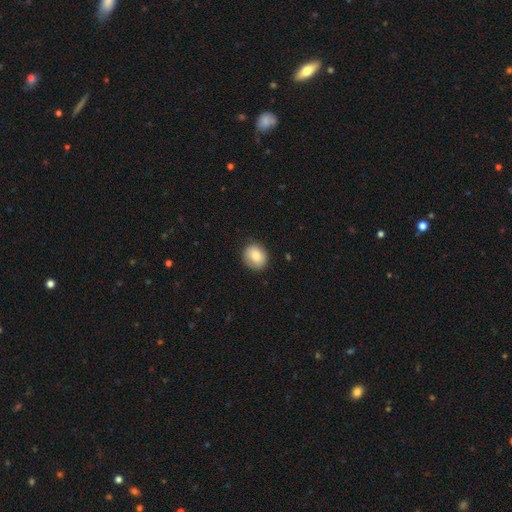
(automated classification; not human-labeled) Smooth or featured?
  - smooth: 80% *
  - featured or disk: 12%
  - star or artifact: 8%
How rounded?
  - round: 72% *
  - in between: 27%
  - cigar-shaped: 1%
Merging?
  - none: 83% *
  - minor disturbance: 13%
  - major disturbance: 3%
  - merger: 1%